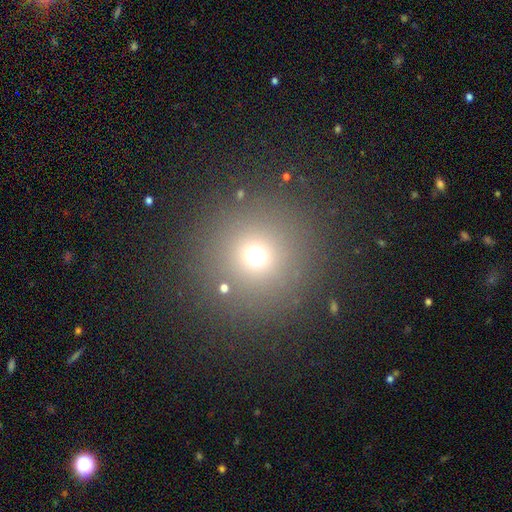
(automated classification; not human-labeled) A smooth galaxy with no disk features (65%) that is round (92%). Merging: none (84%).